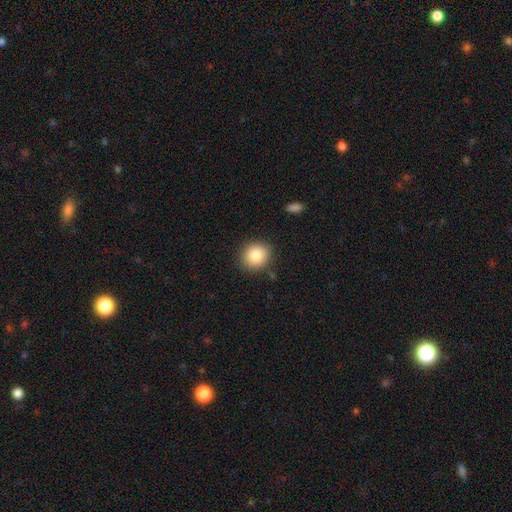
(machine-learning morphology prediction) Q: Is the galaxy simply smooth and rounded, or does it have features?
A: smooth — 82%.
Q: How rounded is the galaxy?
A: round — 80%.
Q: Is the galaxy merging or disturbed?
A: none — 87%.